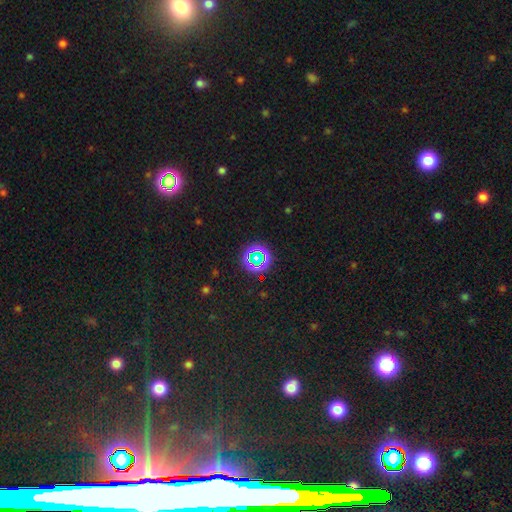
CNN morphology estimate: Q: Smooth or featured?
A: star or artifact (68%); runner-up: smooth (20%)